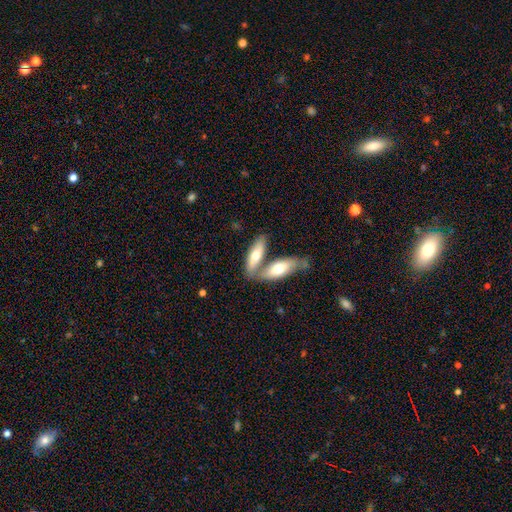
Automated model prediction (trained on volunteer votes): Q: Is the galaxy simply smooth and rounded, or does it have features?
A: smooth — 64%.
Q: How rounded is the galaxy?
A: in between — 57%.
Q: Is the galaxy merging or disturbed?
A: merger — 54%.